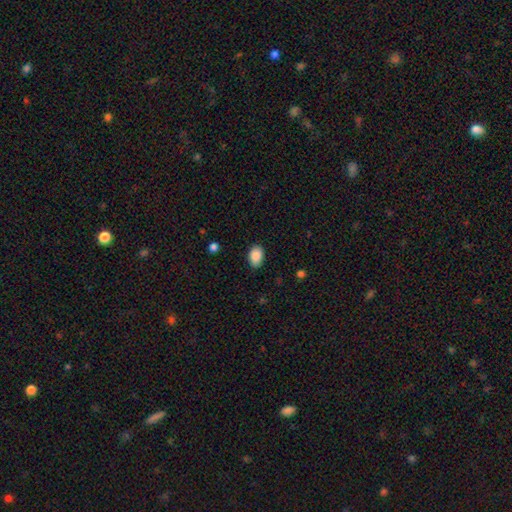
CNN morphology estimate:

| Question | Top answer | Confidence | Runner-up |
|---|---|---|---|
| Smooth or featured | smooth | 89% | star or artifact (7%) |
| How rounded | in between | 86% | round (13%) |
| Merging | none | 83% | minor disturbance (13%) |